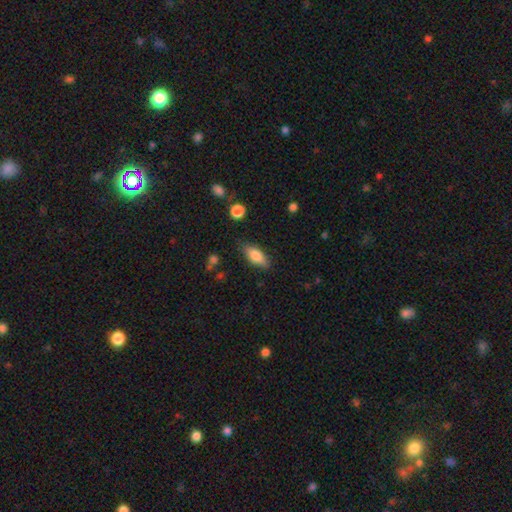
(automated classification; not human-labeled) This is likely a smooth galaxy (78%). How rounded: likely in between (78%). Merging: clearly none (81%).